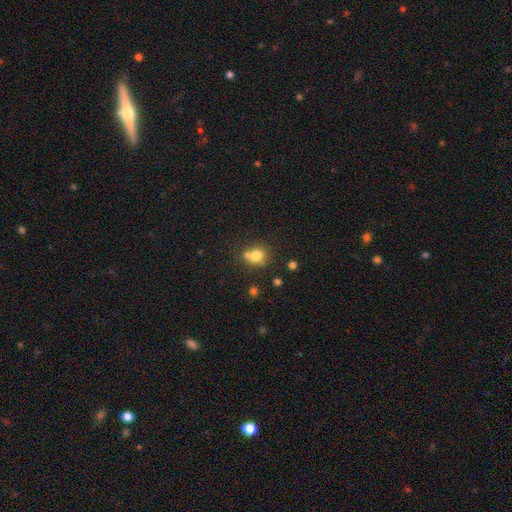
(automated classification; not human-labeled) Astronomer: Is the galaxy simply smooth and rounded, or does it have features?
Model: smooth — 76%.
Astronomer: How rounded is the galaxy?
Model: round — 72%.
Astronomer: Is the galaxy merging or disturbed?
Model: none — 49% (runner-up: merger, 33%).